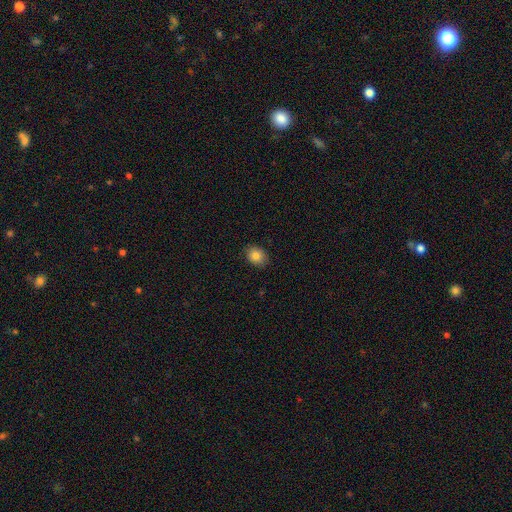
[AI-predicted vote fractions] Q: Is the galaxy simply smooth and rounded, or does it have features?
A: smooth — 83%.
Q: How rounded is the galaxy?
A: in between — 54%.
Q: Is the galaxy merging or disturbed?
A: none — 86%.